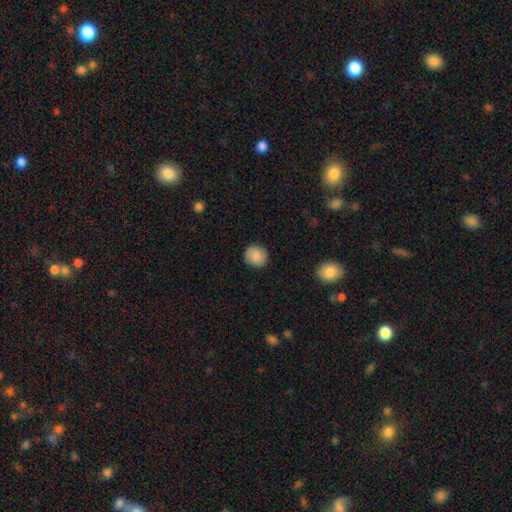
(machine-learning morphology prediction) A smooth galaxy with no disk features (87%) that is round (90%). Merging: none (89%).